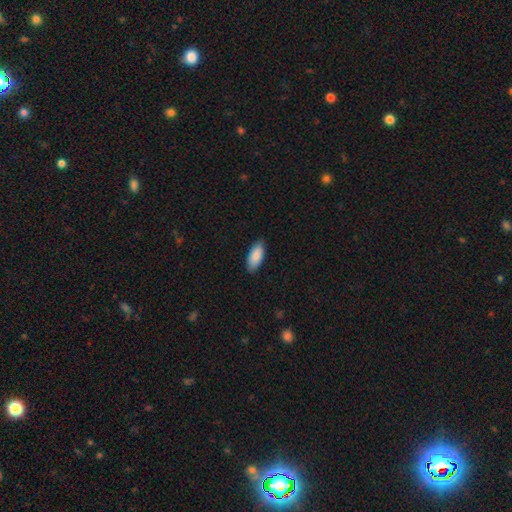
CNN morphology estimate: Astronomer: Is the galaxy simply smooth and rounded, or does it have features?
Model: smooth — 88%.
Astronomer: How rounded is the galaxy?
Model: in between — 88%.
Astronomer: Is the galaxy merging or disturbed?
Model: none — 86%.